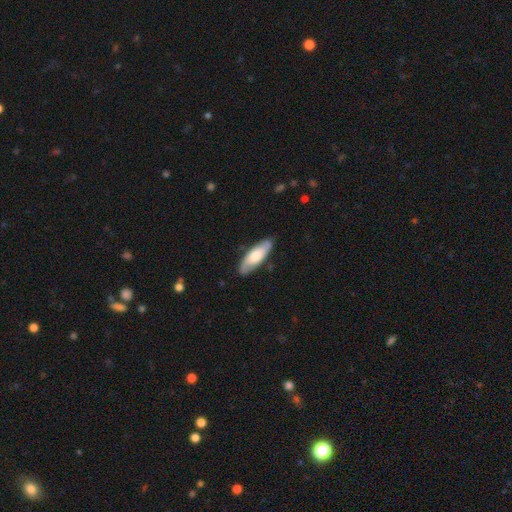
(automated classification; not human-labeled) This appears to be a smooth galaxy with no disk features (54%) that is in between round and cigar-shaped (59%). Merging: none (85%).